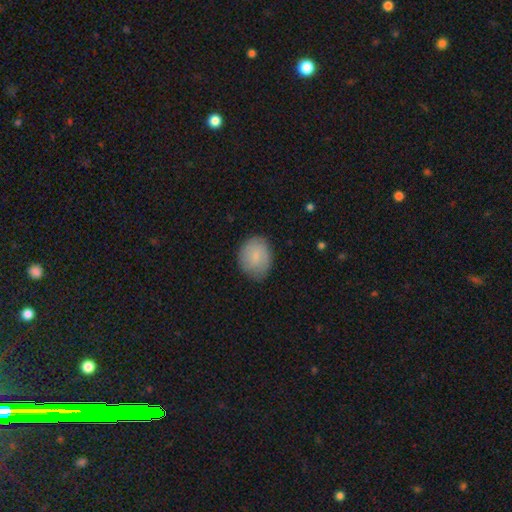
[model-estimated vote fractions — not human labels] smooth-or-featured: smooth: 80% | featured or disk: 13% | star or artifact: 7%
  how-rounded: round: 56% | in between: 43% | cigar-shaped: 1%
  merging: none: 76% | minor disturbance: 19% | major disturbance: 4% | merger: 1%